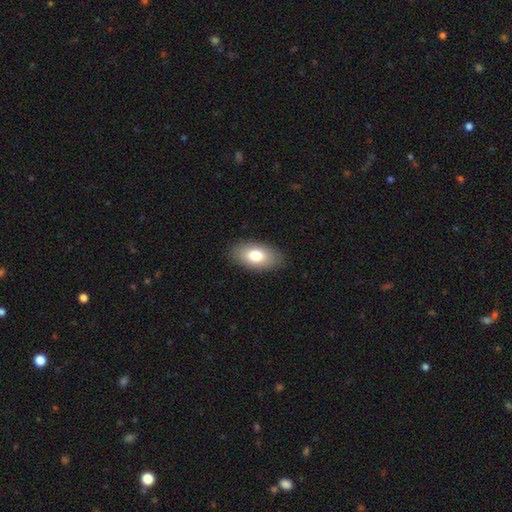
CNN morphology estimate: A smooth galaxy with no disk features (77%) that is in between round and cigar-shaped (93%). Merging: none (88%).